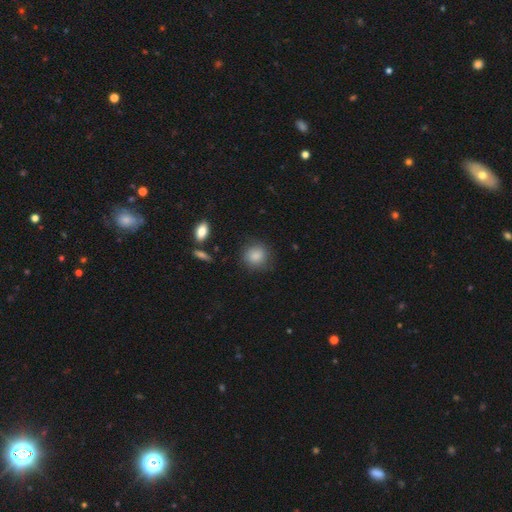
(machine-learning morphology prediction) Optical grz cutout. It shows a smooth galaxy with no disk features (87%) that is round (86%). Merging: none (82%).